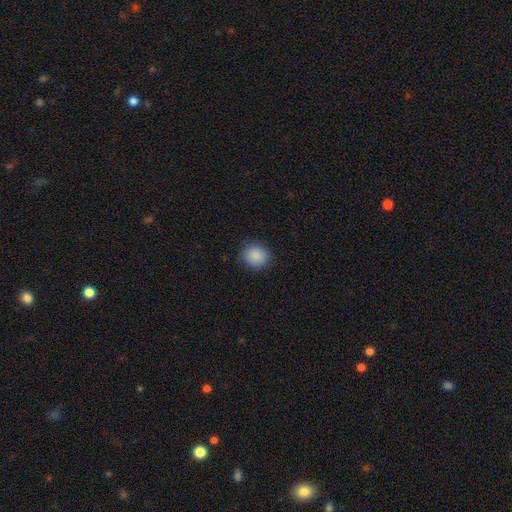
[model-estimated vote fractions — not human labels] smooth_or_featured: smooth (p=0.88) [alt: star or artifact p=0.08]
how_rounded: round (p=0.82) [alt: in between p=0.17]
merging: none (p=0.86) [alt: minor disturbance p=0.10]